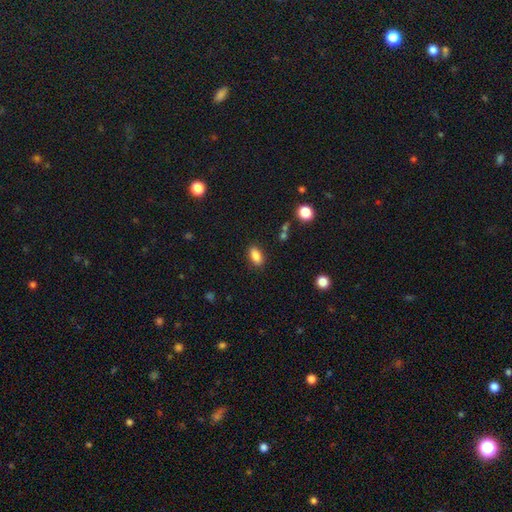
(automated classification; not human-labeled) Smooth or featured: smooth — 87% (star or artifact — 9%)
How rounded: in between — 90% (round — 6%)
Merging: none — 87% (minor disturbance — 9%)